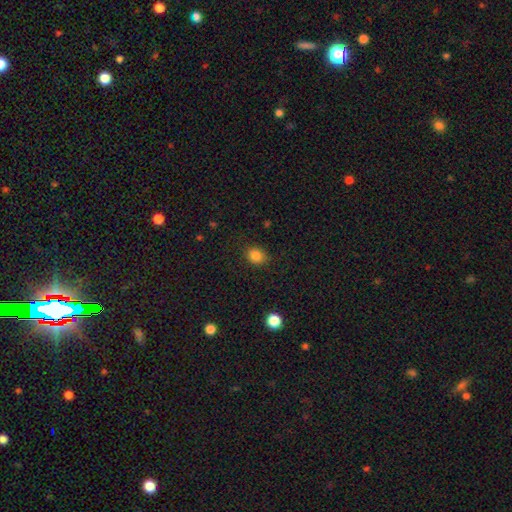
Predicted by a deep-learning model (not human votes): Overall: smooth (84%). How rounded: round (69%; in between 30%). Merging: none (86%).